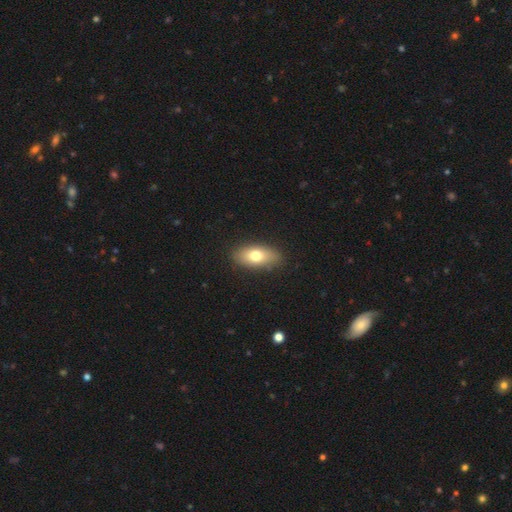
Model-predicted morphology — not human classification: Smooth or featured? Predicted: smooth (p=0.73). How rounded? Predicted: in between (p=0.85). Merging? Predicted: none (p=0.87).